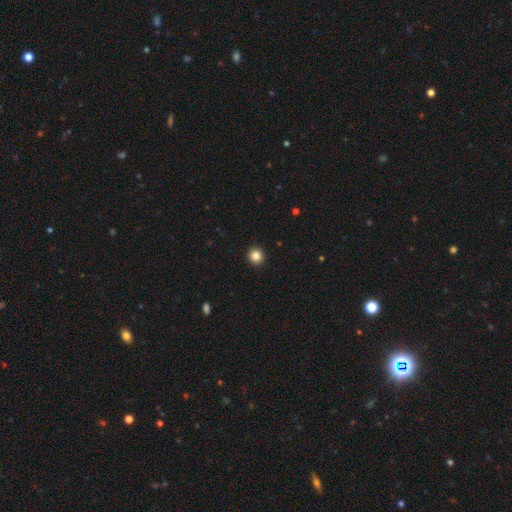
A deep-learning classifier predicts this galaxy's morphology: A smooth galaxy with no disk features (84%) that is round (95%). Merging: none (94%).